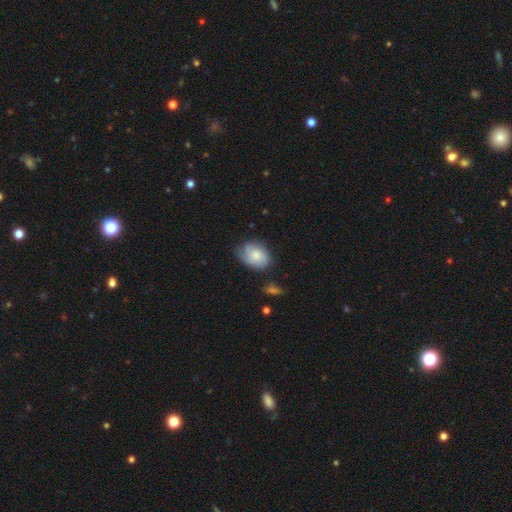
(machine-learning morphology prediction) Smooth or featured? Predicted: smooth (p=0.52). How rounded? Predicted: in between (p=0.64). Merging? Predicted: none (p=0.57).